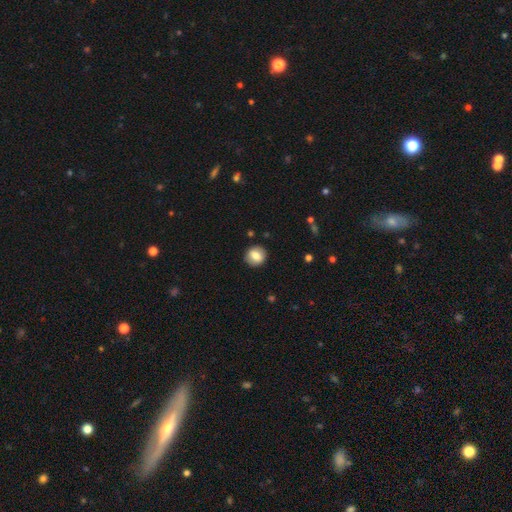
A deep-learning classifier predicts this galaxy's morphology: A smooth galaxy with no disk features (77%) that is round (83%). Merging: none (90%).